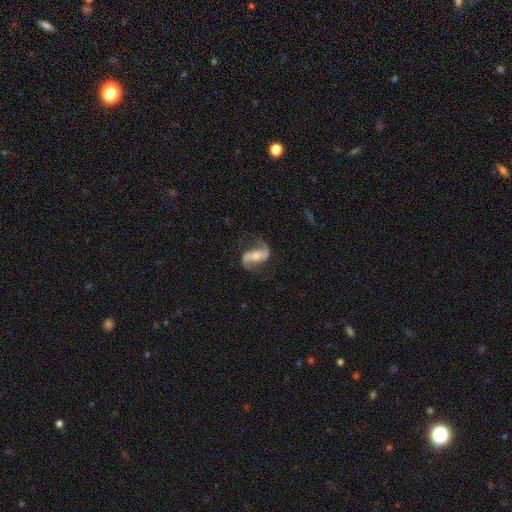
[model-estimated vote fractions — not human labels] Q: Smooth or featured?
A: featured or disk (84%); runner-up: smooth (10%)
Q: Edge-on disk?
A: no (95%); runner-up: yes (5%)
Q: Bar?
A: strong (40%); runner-up: weak (32%)
Q: Spiral arms?
A: yes (95%); runner-up: no (5%)
Q: Spiral winding?
A: loose (60%); runner-up: medium (31%)
Q: Spiral arm count?
A: 2 (93%); runner-up: can't tell (2%)
Q: Bulge size?
A: moderate (46%); runner-up: small (40%)
Q: Merging?
A: none (76%); runner-up: minor disturbance (14%)